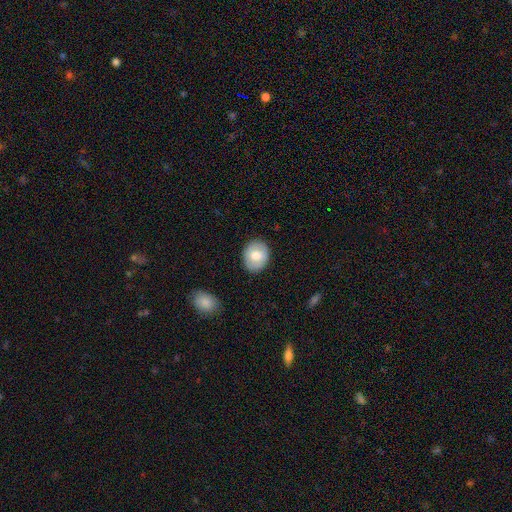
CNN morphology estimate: This appears to be a smooth galaxy with no disk features (72%) that is round (55%). Merging: none (87%).